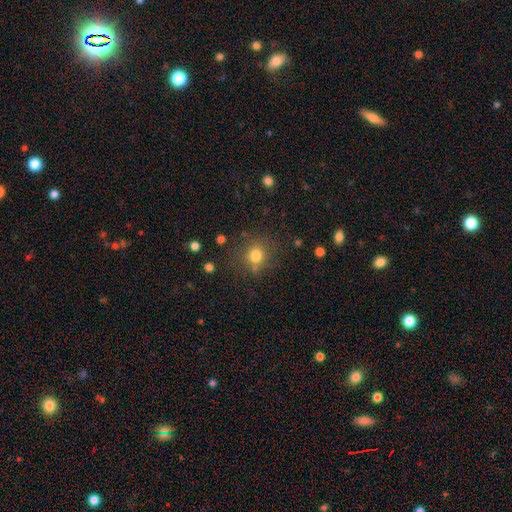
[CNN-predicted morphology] The model was most divided on "smooth or featured": smooth: 77%, star or artifact: 15%, featured or disk: 8%. More confident: how rounded — round (84%); merging — none (77%).